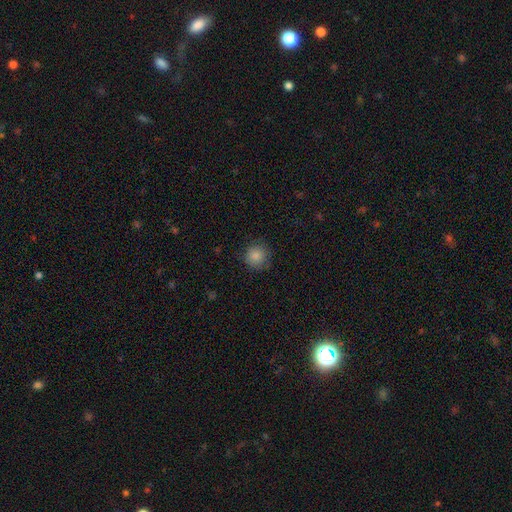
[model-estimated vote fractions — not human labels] Smooth or featured: smooth — 87% (star or artifact — 9%)
How rounded: round — 93% (in between — 6%)
Merging: none — 85% (minor disturbance — 11%)